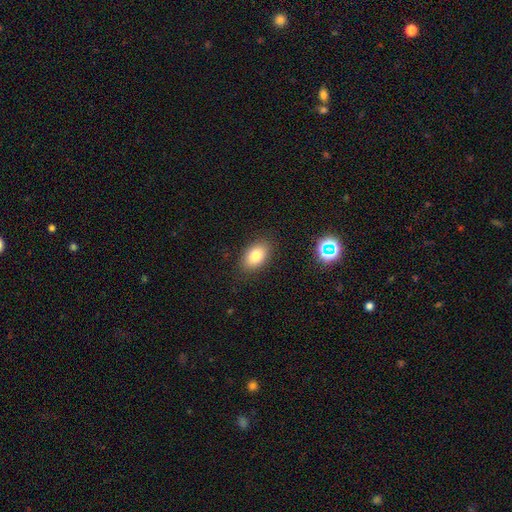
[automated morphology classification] Smooth or featured: smooth — 81% (featured or disk — 10%)
How rounded: in between — 89% (round — 9%)
Merging: none — 86% (minor disturbance — 10%)